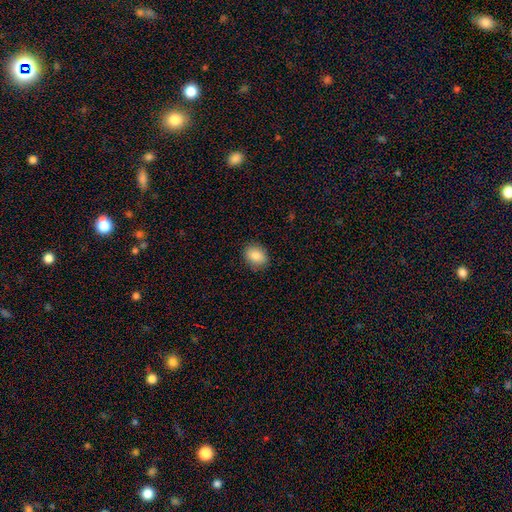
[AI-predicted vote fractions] Q: Smooth or featured?
A: smooth (86%); runner-up: star or artifact (8%)
Q: How rounded?
A: in between (61%); runner-up: round (38%)
Q: Merging?
A: none (88%); runner-up: minor disturbance (9%)